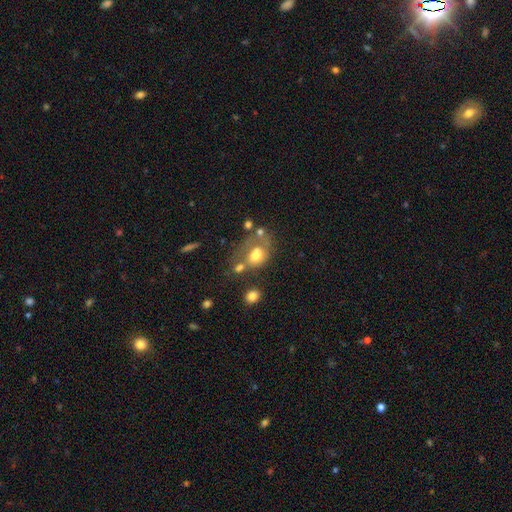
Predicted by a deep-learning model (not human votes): Smooth or featured? smooth (59%)
How rounded? in between (53%)
Merging? merger (35%)